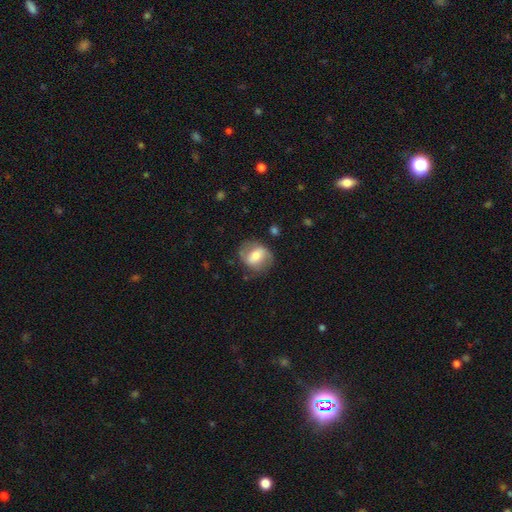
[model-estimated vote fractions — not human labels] smooth_or_featured: featured or disk (p=0.49) [alt: smooth p=0.44]
merging: none (p=0.71) [alt: minor disturbance p=0.18]